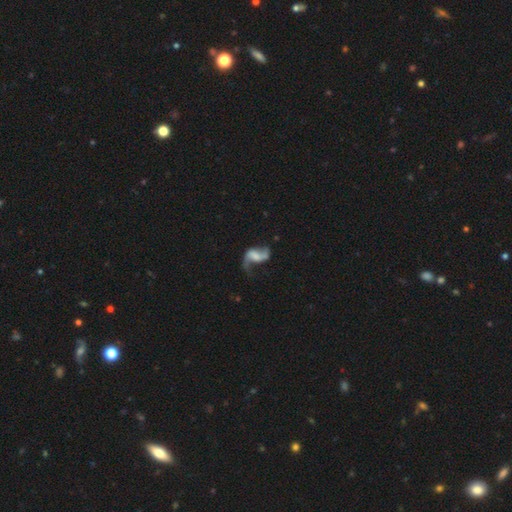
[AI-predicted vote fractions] The model was most divided on "bar": weak: 42%, no: 37%, strong: 21%. Remaining: edge-on disk — no (97%); spiral arms — yes (93%); spiral arm count — 2 (86%); smooth or featured — featured or disk (81%); spiral winding — loose (80%); merging — none (53%); bulge size — none (47%).